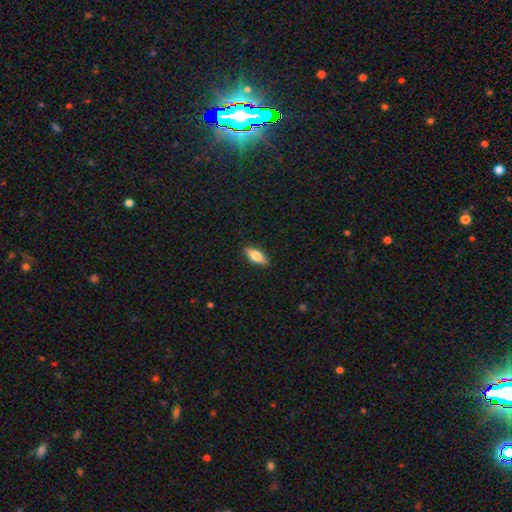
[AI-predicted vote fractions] This is likely a smooth galaxy (61%). How rounded: likely in between (66%). Merging: clearly none (89%).